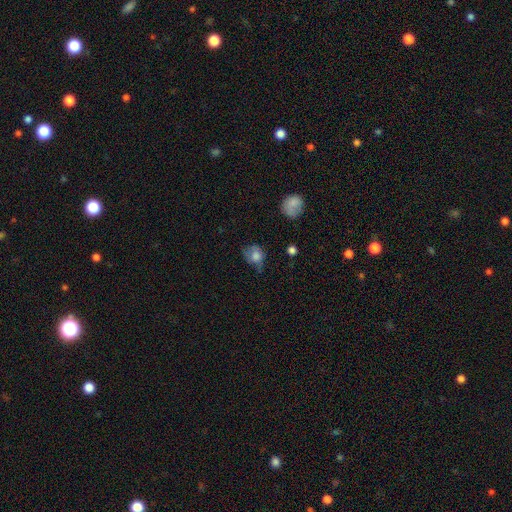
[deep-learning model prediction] Smooth or featured? Predicted: smooth (p=0.70). How rounded? Predicted: round (p=0.58). Merging? Predicted: none (p=0.40).